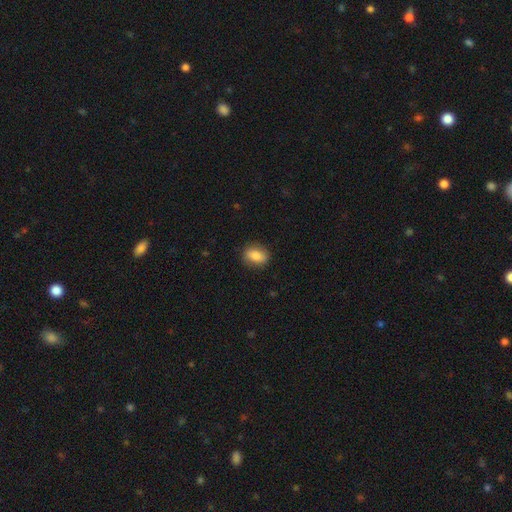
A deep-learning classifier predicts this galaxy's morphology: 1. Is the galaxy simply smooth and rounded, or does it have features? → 83% smooth, 10% featured or disk, 8% star or artifact.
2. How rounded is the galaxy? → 75% in between, 22% round, 3% cigar-shaped.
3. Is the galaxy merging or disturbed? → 84% none, 12% minor disturbance, 3% major disturbance, 1% merger.